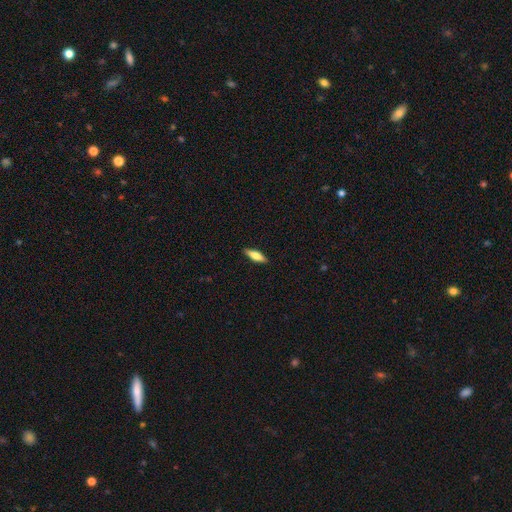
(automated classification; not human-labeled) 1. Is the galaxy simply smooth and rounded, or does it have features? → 67% smooth, 27% featured or disk, 6% star or artifact.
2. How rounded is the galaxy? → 55% cigar-shaped, 43% in between, 2% round.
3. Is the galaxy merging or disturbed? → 89% none, 8% minor disturbance, 2% major disturbance, 1% merger.